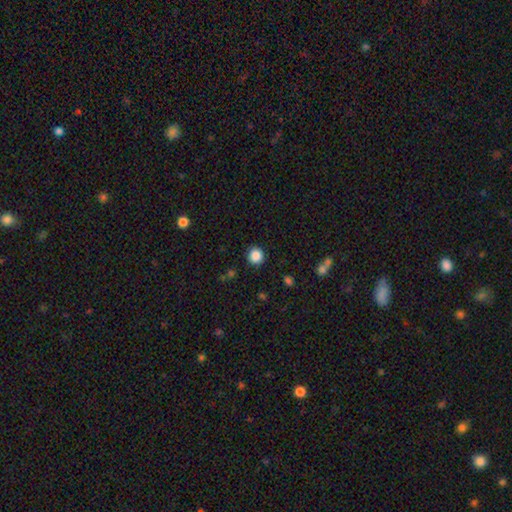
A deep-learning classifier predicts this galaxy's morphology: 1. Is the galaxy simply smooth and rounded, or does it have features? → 86% smooth, 10% star or artifact, 3% featured or disk.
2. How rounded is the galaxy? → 92% round, 7% in between, 1% cigar-shaped.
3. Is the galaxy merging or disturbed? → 90% none, 7% minor disturbance, 2% major disturbance, 1% merger.